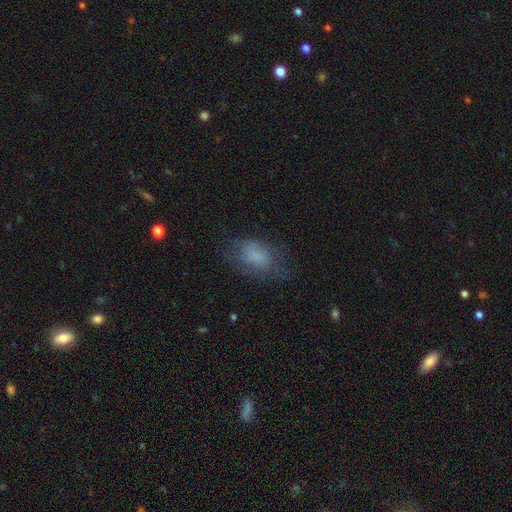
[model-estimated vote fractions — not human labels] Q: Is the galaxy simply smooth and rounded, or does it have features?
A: smooth — 72%.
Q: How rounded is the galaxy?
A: in between — 86%.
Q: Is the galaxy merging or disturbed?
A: none — 60%.